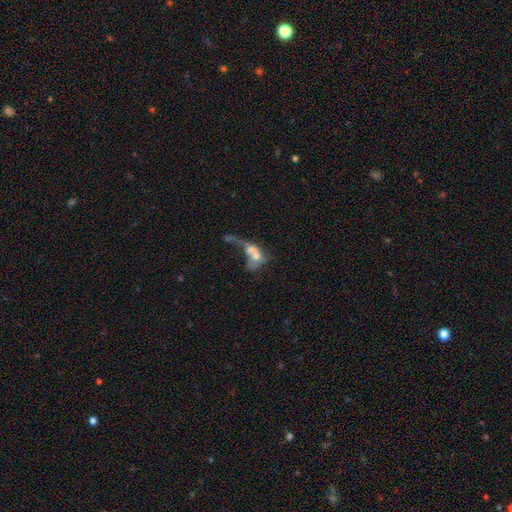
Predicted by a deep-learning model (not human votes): A smooth galaxy with no disk features (45%).

Vote fractions:
- Smooth or featured? smooth: 45% / featured or disk: 44% / star or artifact: 11%
- Merging? merger: 60% / major disturbance: 25% / none: 9% / minor disturbance: 6%